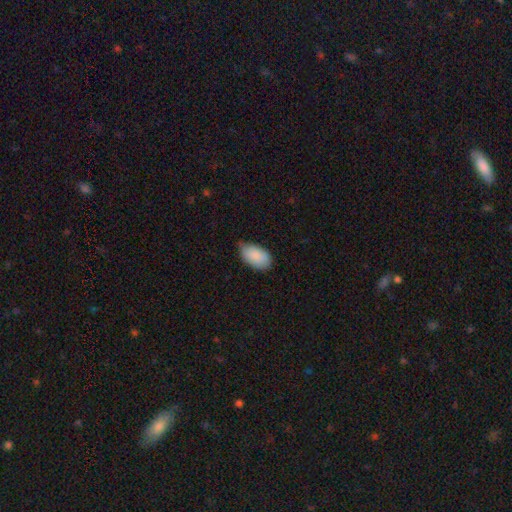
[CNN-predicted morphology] smooth-or-featured: smooth: 88% | star or artifact: 6% | featured or disk: 6%
  how-rounded: in between: 94% | round: 4% | cigar-shaped: 2%
  merging: none: 55% | minor disturbance: 39% | major disturbance: 5% | merger: 1%